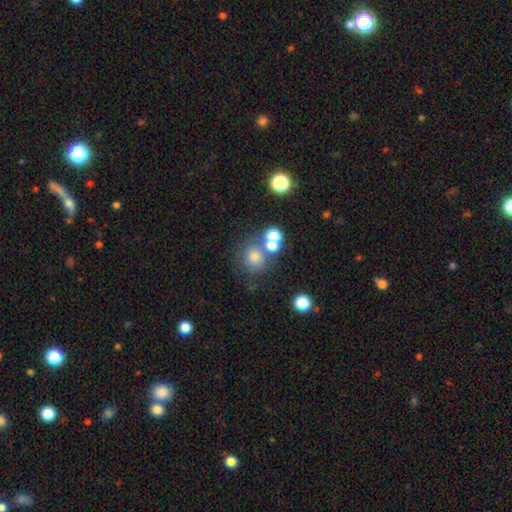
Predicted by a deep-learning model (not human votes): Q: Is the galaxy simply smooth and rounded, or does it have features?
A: smooth — 70%.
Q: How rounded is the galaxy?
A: round — 84%.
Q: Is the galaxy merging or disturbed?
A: none — 61%.